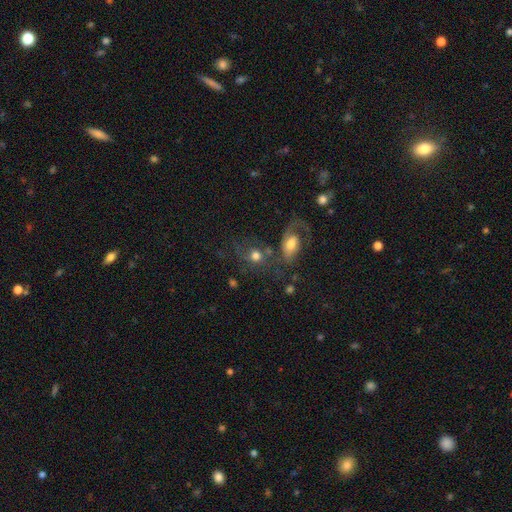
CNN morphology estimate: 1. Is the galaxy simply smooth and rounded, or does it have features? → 60% smooth, 28% featured or disk, 13% star or artifact.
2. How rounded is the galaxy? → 60% round, 38% in between, 2% cigar-shaped.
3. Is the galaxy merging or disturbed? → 40% none, 31% merger, 15% minor disturbance, 14% major disturbance.